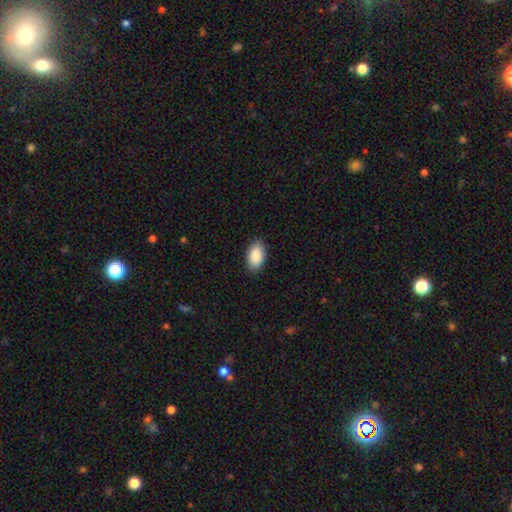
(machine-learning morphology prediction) Smooth or featured: smooth — 90% (star or artifact — 6%)
How rounded: in between — 95% (round — 3%)
Merging: none — 89% (minor disturbance — 8%)